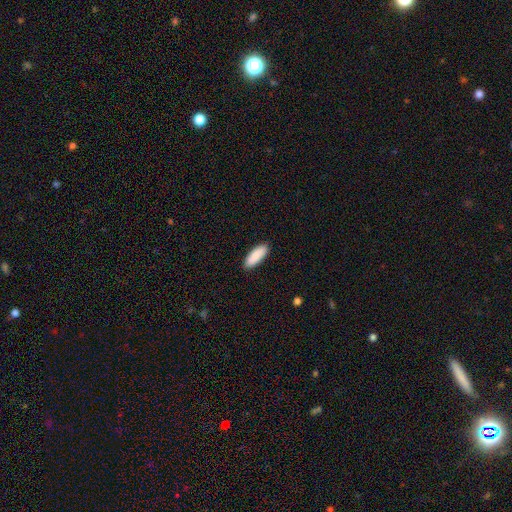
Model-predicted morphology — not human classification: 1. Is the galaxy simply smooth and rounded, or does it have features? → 88% smooth, 6% featured or disk, 6% star or artifact.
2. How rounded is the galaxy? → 70% in between, 29% cigar-shaped, 2% round.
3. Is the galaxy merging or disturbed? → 89% none, 9% minor disturbance, 2% major disturbance, 1% merger.